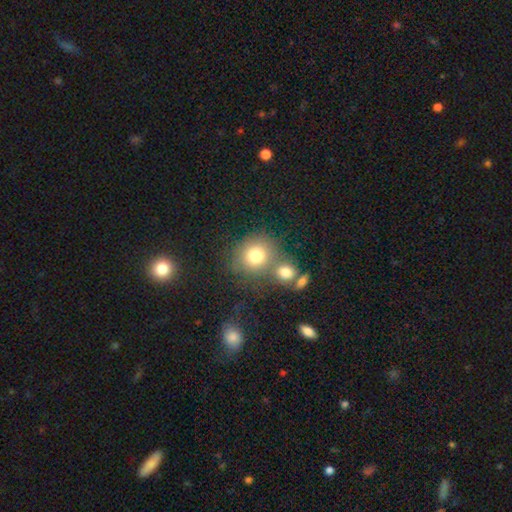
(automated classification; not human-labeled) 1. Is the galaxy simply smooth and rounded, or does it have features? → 75% smooth, 13% featured or disk, 12% star or artifact.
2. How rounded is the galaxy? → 84% round, 15% in between, 1% cigar-shaped.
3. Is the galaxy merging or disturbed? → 52% none, 32% merger, 11% minor disturbance, 6% major disturbance.